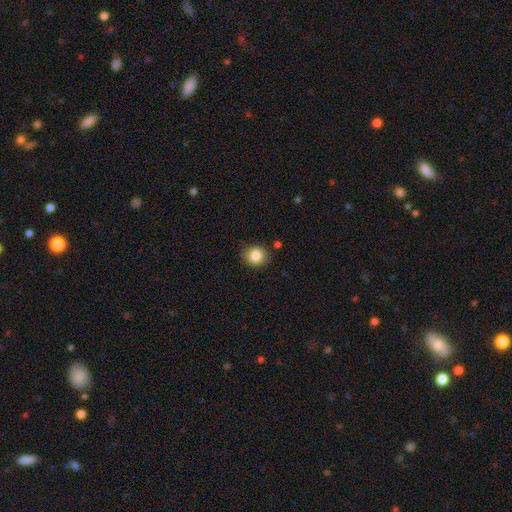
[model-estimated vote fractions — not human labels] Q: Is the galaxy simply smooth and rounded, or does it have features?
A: smooth — 84%.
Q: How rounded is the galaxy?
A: round — 77%.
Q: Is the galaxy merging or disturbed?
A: none — 86%.